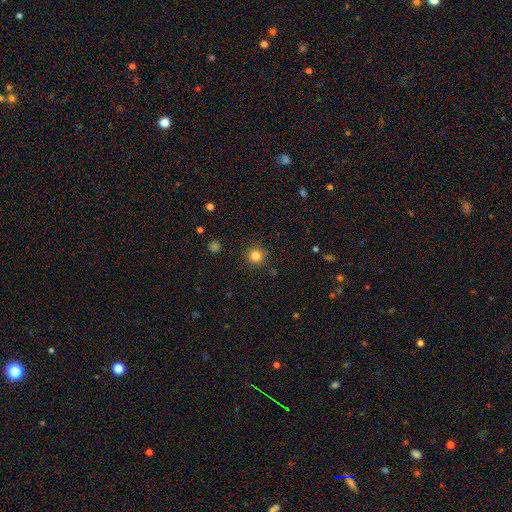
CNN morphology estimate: This is clearly a smooth galaxy (83%). How rounded: clearly round (94%). Merging: clearly none (89%).